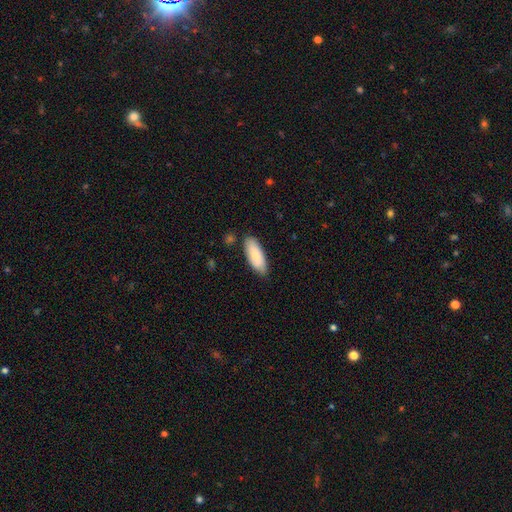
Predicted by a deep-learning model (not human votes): The model was most divided on "how rounded": in between: 79%, cigar-shaped: 20%, round: 2%. More confident: merging — none (80%); smooth or featured — smooth (77%).